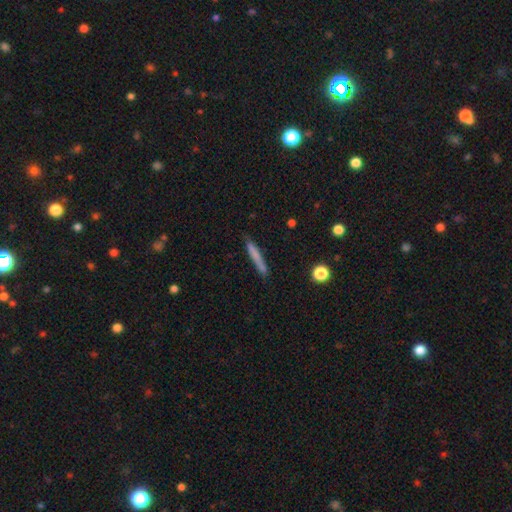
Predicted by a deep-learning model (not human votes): This appears to be a smooth galaxy with no disk features (71%) that is cigar-shaped (95%). Merging: none (84%).